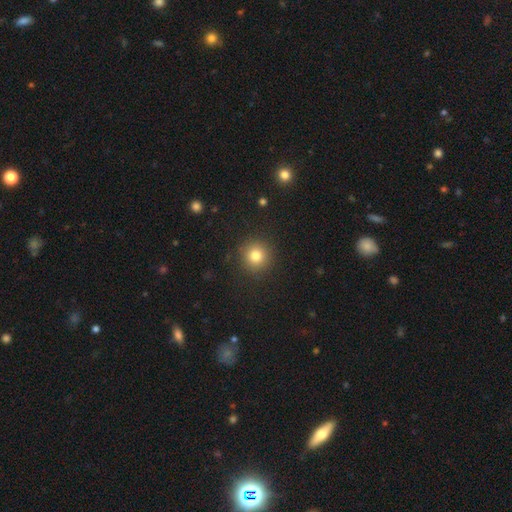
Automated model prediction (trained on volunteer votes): smooth 80%, star or artifact 13%, featured or disk 7%. Down the decision tree: how rounded — round (94%); merging — none (90%).